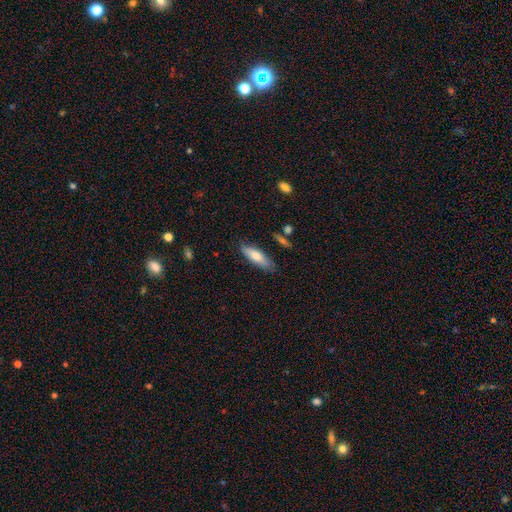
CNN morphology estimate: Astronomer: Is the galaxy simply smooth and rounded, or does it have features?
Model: smooth — 74%.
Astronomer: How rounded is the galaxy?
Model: in between — 50% (runner-up: cigar-shaped, 48%).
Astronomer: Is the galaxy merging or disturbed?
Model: none — 77%.